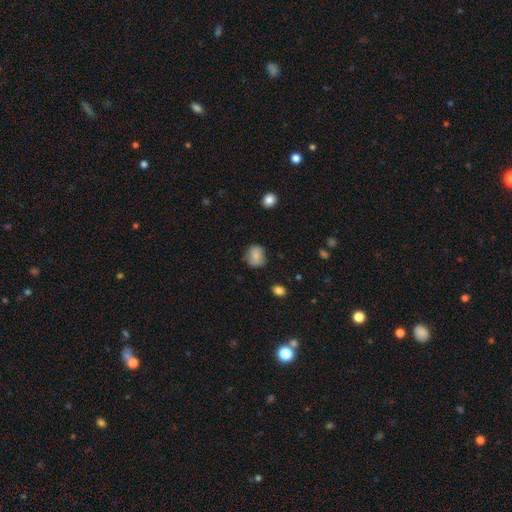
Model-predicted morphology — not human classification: Smooth or featured: smooth — 80% (featured or disk — 11%)
How rounded: round — 69% (in between — 30%)
Merging: none — 68% (minor disturbance — 24%)